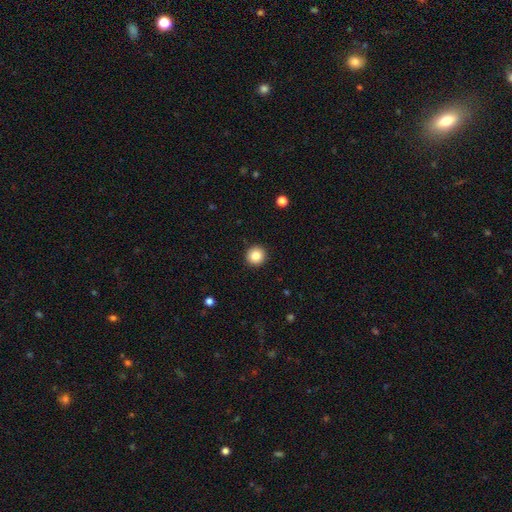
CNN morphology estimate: smooth 84%, star or artifact 10%, featured or disk 7%. Down the decision tree: how rounded — round (95%); merging — none (93%).